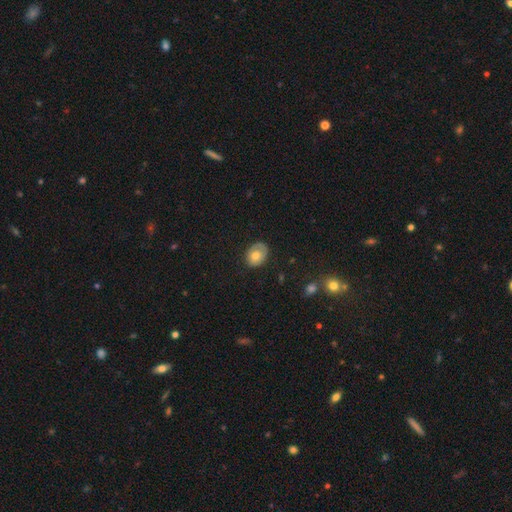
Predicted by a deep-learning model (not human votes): Smooth or featured? smooth (70%)
How rounded? in between (59%)
Merging? none (71%)